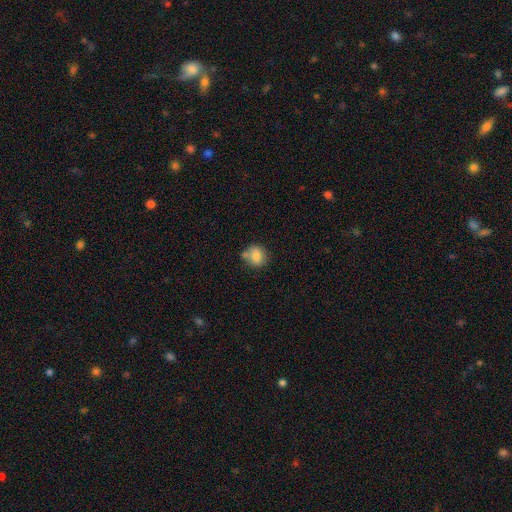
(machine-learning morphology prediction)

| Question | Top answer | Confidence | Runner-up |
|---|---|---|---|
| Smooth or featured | smooth | 80% | featured or disk (10%) |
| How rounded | round | 76% | in between (23%) |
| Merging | none | 59% | minor disturbance (18%) |